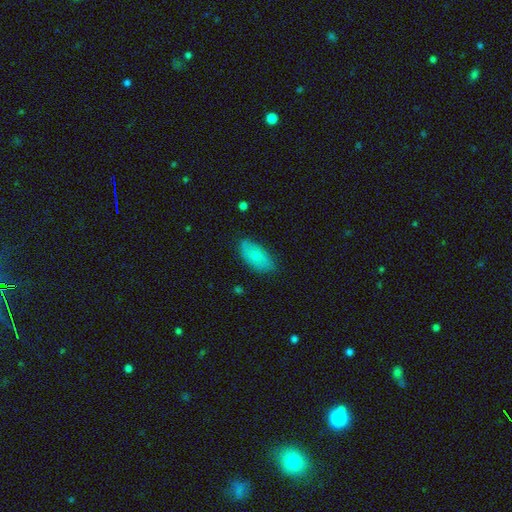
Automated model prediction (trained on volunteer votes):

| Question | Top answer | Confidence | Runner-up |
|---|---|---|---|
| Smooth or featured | smooth | 76% | featured or disk (18%) |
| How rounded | in between | 91% | cigar-shaped (6%) |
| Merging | none | 78% | minor disturbance (17%) |